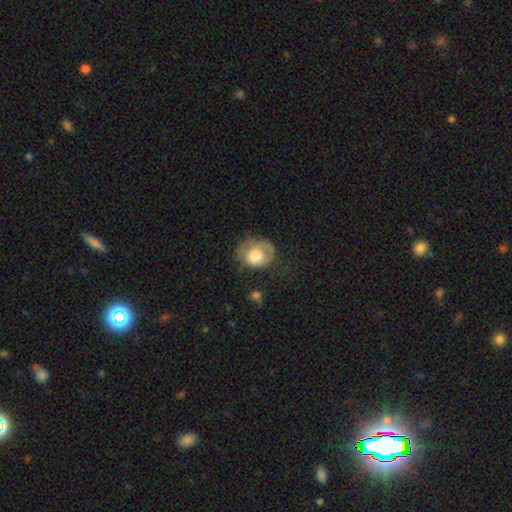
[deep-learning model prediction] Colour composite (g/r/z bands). It shows a smooth galaxy with no disk features (66%) that is round (62%). Merging: none (42%).